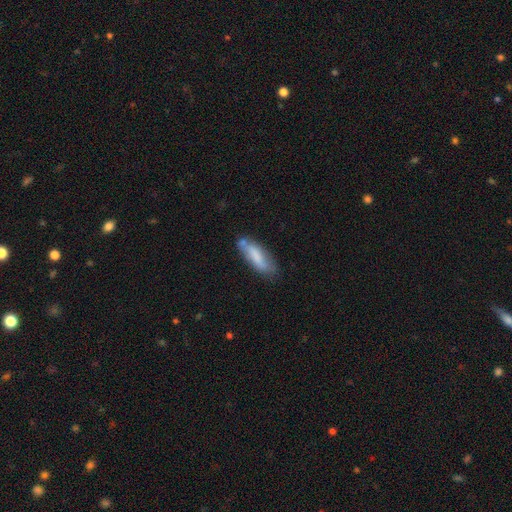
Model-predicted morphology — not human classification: type=smooth (71%); roundness=in between (50%); merging=none (55%).